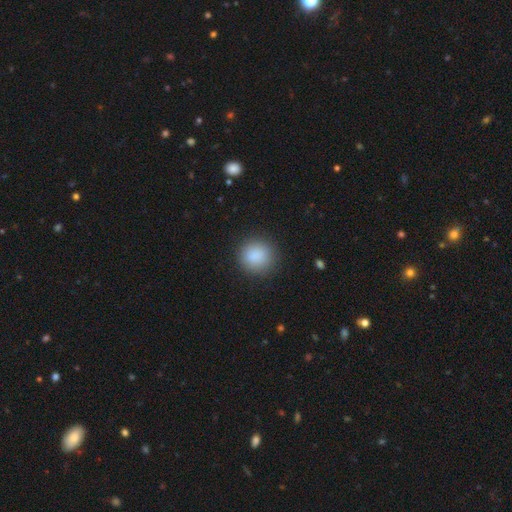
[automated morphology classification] This appears to be a smooth galaxy with no disk features (87%) that is round (91%). Merging: none (88%).